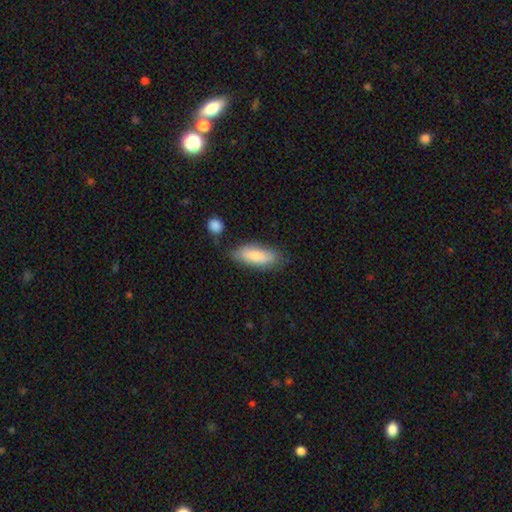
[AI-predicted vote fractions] A smooth galaxy with no disk features (82%) that is in between round and cigar-shaped (69%).

Vote fractions:
- Smooth or featured? smooth: 82% / featured or disk: 12% / star or artifact: 6%
- How rounded? in between: 69% / cigar-shaped: 29% / round: 2%
- Merging? none: 72% / minor disturbance: 18% / merger: 5% / major disturbance: 5%